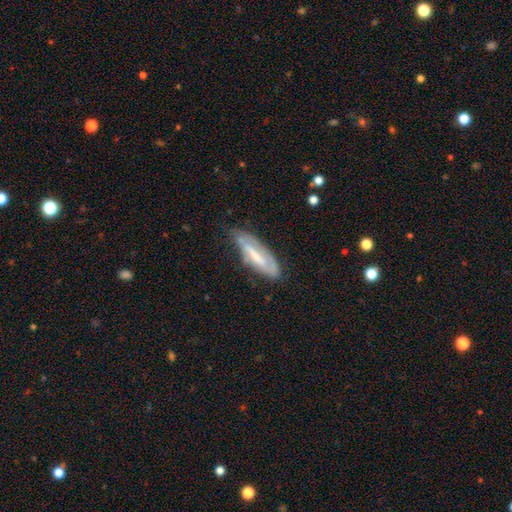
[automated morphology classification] This is possibly a featured or disk galaxy (59%). It is likely not viewed edge-on (68%). Merging: likely none (61%).